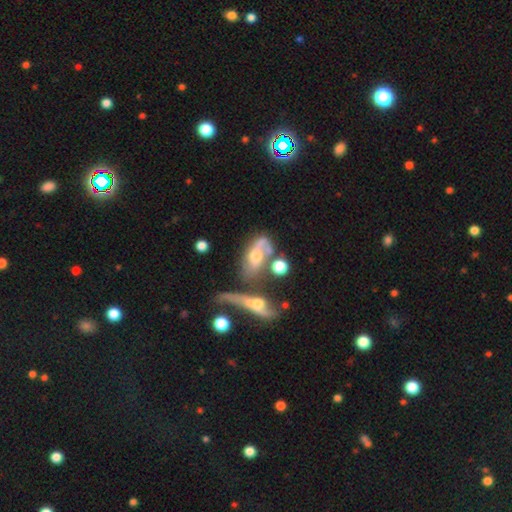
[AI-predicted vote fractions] smooth_or_featured: featured or disk (p=0.56) [alt: smooth p=0.35]
disk_edge_on: no (p=0.80) [alt: yes p=0.20]
merging: merger (p=0.42) [alt: none p=0.24]